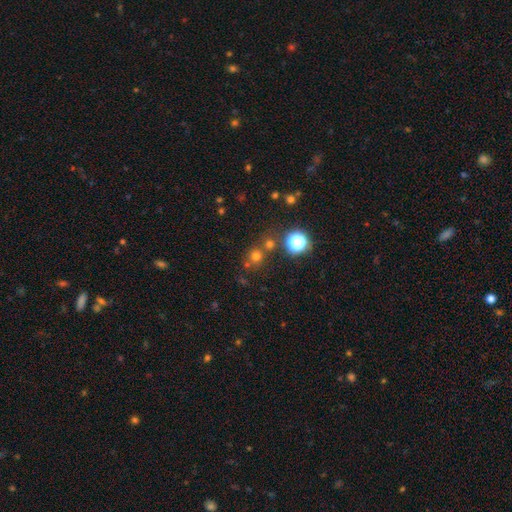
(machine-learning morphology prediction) Smooth or featured? Predicted: smooth (p=0.64). How rounded? Predicted: round (p=0.90). Merging? Predicted: none (p=0.70).